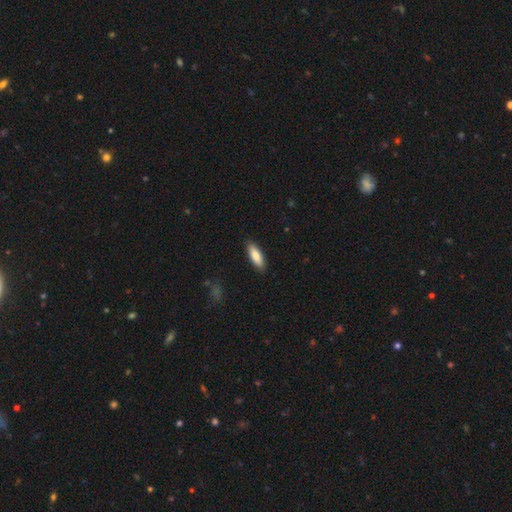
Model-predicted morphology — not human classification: smooth 83%, featured or disk 12%, star or artifact 5%. Down the decision tree: how rounded — in between (60%); merging — none (89%).